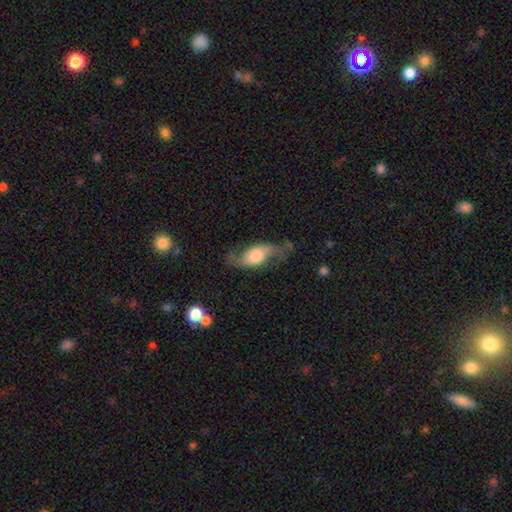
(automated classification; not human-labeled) Smooth or featured? featured or disk (64%)
Edge-on disk? no (84%)
Bar? no (62%)
Spiral arms? yes (88%)
Bulge size? large (39%)
Merging? none (60%)